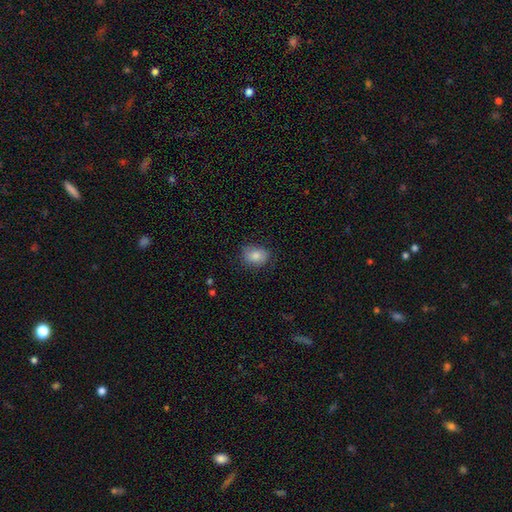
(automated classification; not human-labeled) This is clearly a smooth galaxy (84%). How rounded: possibly in between (58%). Merging: likely none (76%).